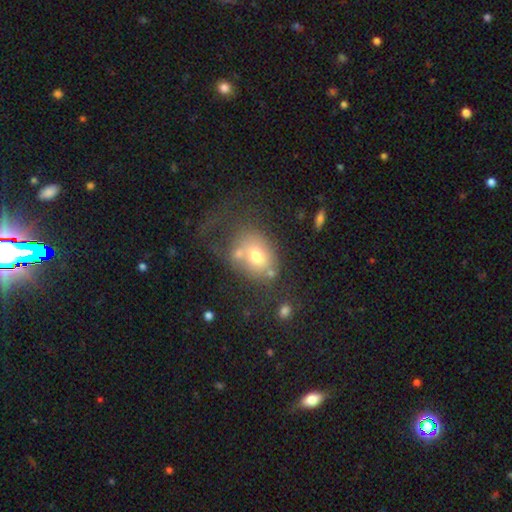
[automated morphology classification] This is likely a smooth galaxy (65%). How rounded: possibly in between (60%). Merging: marginally none (36%).